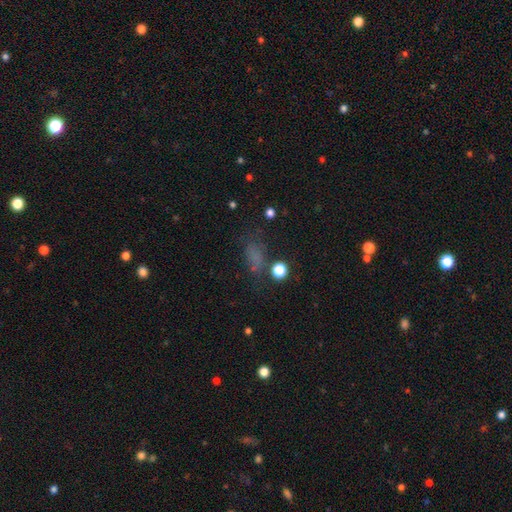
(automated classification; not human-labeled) smooth-or-featured: smooth: 59% | star or artifact: 28% | featured or disk: 13%
  how-rounded: in between: 70% | round: 24% | cigar-shaped: 7%
  merging: none: 52% | minor disturbance: 21% | major disturbance: 21% | merger: 6%